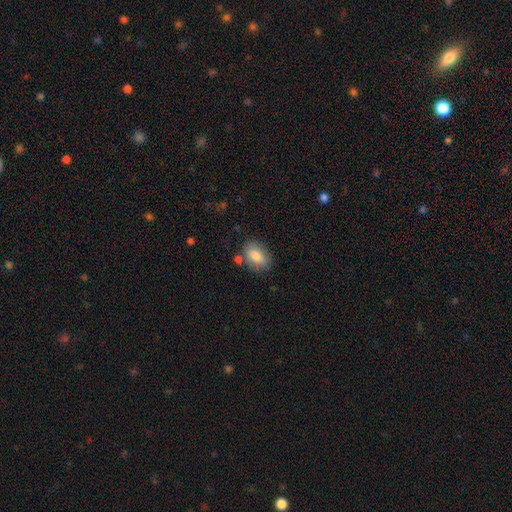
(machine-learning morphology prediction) smooth_or_featured: smooth (p=0.81) [alt: featured or disk p=0.12]
how_rounded: in between (p=0.82) [alt: round p=0.16]
merging: none (p=0.73) [alt: minor disturbance p=0.16]